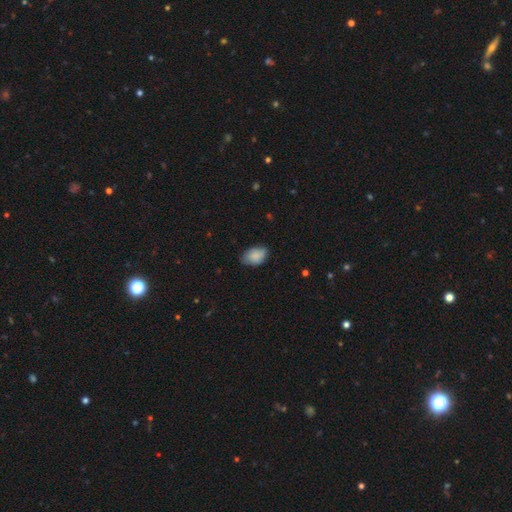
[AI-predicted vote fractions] Q: Smooth or featured?
A: smooth (86%); runner-up: featured or disk (7%)
Q: How rounded?
A: in between (89%); runner-up: round (10%)
Q: Merging?
A: none (72%); runner-up: minor disturbance (24%)